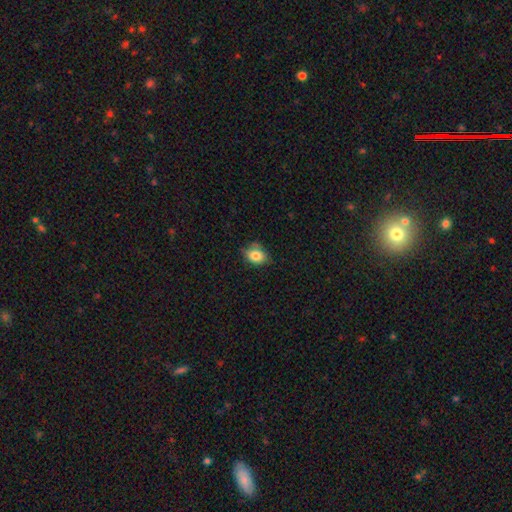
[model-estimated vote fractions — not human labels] Q: Smooth or featured?
A: smooth (81%); runner-up: featured or disk (9%)
Q: How rounded?
A: in between (68%); runner-up: round (31%)
Q: Merging?
A: none (66%); runner-up: minor disturbance (27%)